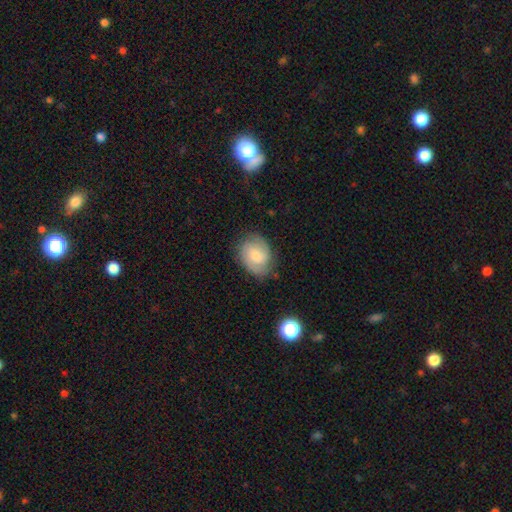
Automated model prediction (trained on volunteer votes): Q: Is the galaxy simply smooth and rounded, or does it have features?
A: featured or disk — 47%.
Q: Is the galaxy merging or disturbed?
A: none — 74%.